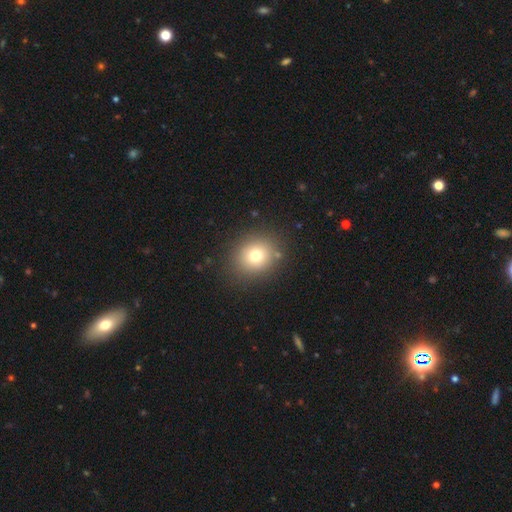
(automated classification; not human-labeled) smooth 74%, star or artifact 14%, featured or disk 12%. Down the decision tree: how rounded — round (76%); merging — none (85%).